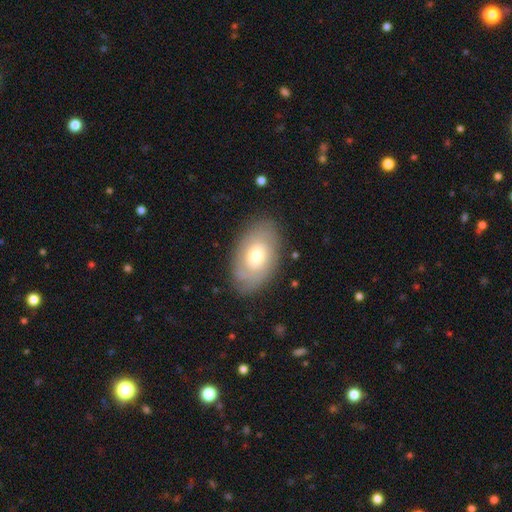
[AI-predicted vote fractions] Smooth or featured? smooth (48%)
Merging? none (81%)